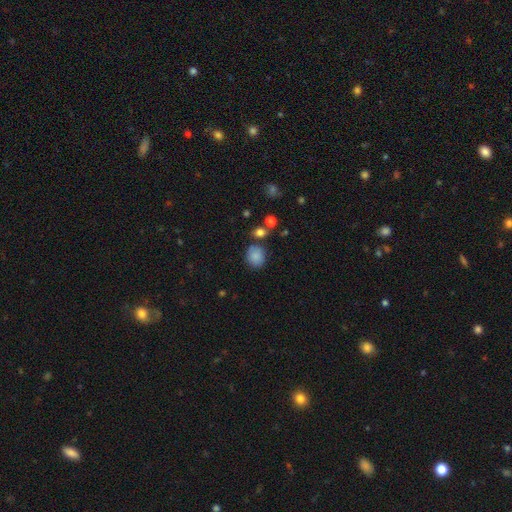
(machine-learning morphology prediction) The model was most divided on "how rounded": round: 68%, in between: 31%, cigar-shaped: 1%. More confident: smooth or featured — smooth (85%); merging — none (72%).